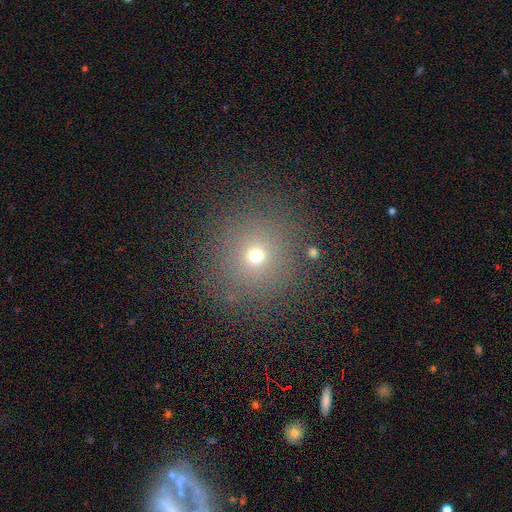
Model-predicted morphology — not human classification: Q: Smooth or featured?
A: smooth (66%); runner-up: star or artifact (23%)
Q: How rounded?
A: round (90%); runner-up: in between (9%)
Q: Merging?
A: none (84%); runner-up: minor disturbance (9%)